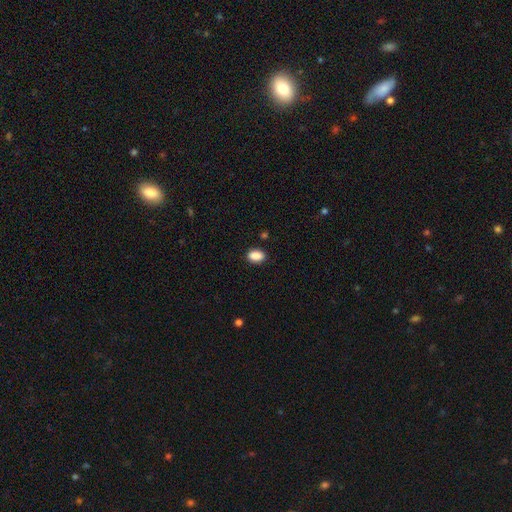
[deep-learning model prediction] Smooth or featured?
  - smooth: 89% *
  - star or artifact: 8%
  - featured or disk: 3%
How rounded?
  - in between: 85% *
  - round: 13%
  - cigar-shaped: 2%
Merging?
  - none: 87% *
  - minor disturbance: 9%
  - major disturbance: 2%
  - merger: 1%